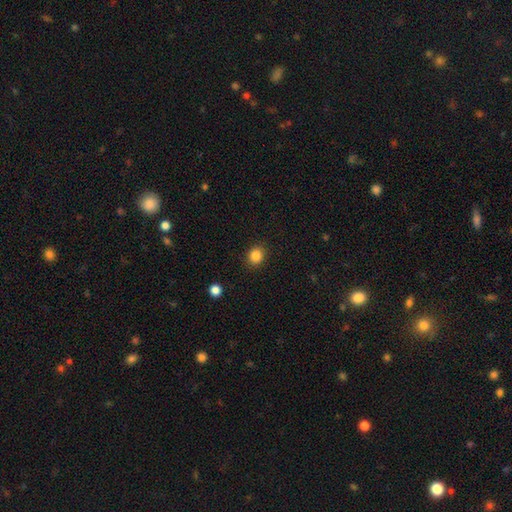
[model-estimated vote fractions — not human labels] Morphology: type=smooth (85%); roundness=round (76%); merging=none (90%).